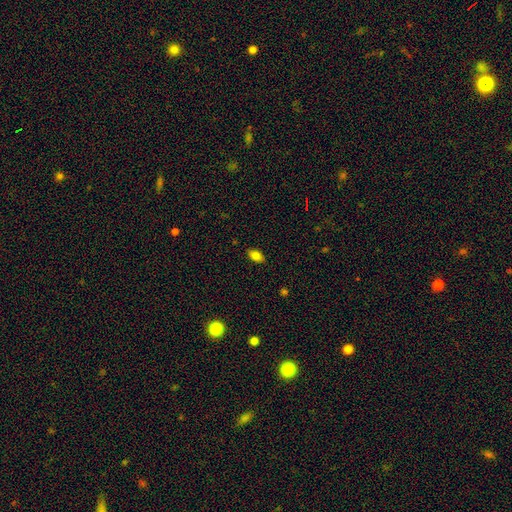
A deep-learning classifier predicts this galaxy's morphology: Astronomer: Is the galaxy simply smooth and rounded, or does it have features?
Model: smooth — 80%.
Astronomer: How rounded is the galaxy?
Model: in between — 88%.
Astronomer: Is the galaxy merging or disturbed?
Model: none — 87%.